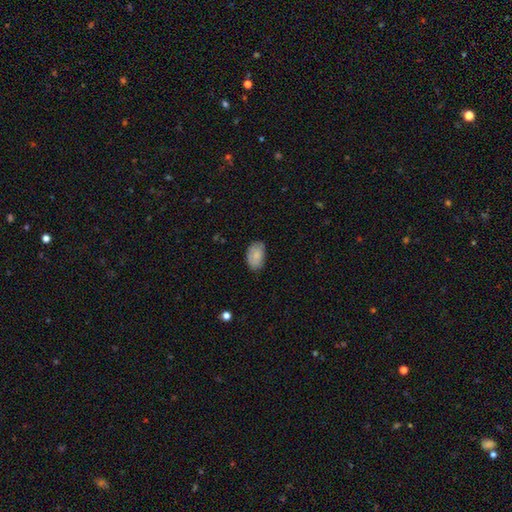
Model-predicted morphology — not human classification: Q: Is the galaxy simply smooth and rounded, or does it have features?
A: smooth — 82%.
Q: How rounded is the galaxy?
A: in between — 91%.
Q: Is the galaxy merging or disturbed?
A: none — 76%.